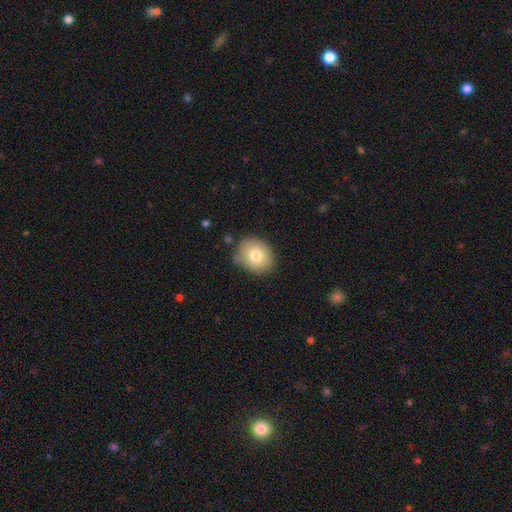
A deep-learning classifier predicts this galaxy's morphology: Smooth or featured? smooth (77%)
How rounded? round (68%)
Merging? none (76%)